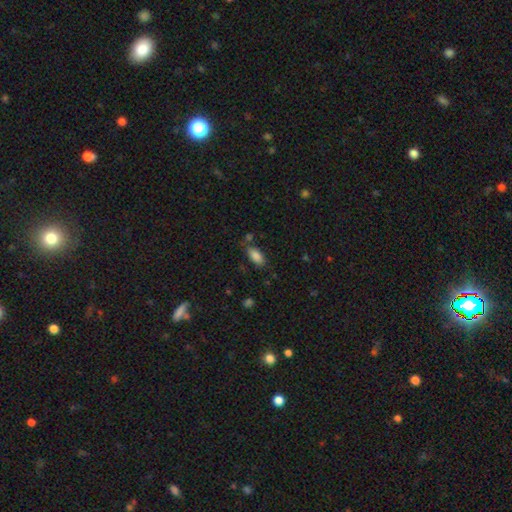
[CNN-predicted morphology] Smooth or featured? smooth (86%)
How rounded? in between (87%)
Merging? none (74%)